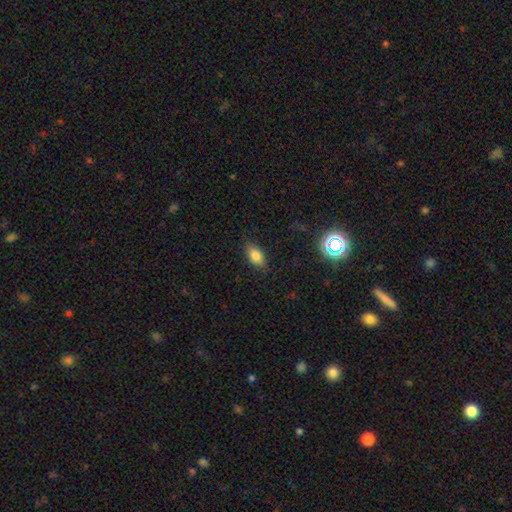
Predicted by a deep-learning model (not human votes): A smooth galaxy with no disk features (80%) that is in between round and cigar-shaped (88%).

Vote fractions:
- Smooth or featured? smooth: 80% / star or artifact: 10% / featured or disk: 9%
- How rounded? in between: 88% / round: 7% / cigar-shaped: 5%
- Merging? none: 83% / minor disturbance: 12% / major disturbance: 3% / merger: 1%